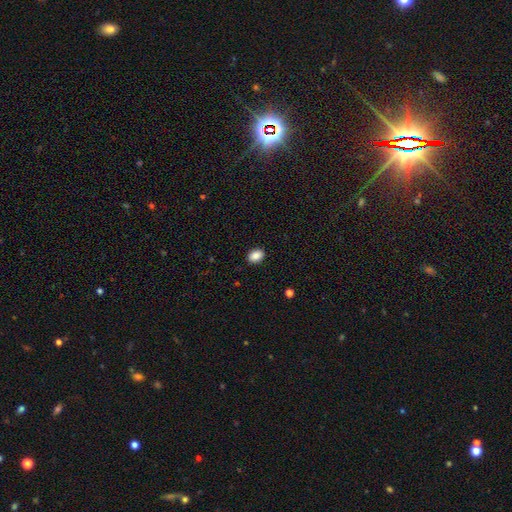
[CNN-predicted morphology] smooth_or_featured: smooth (p=0.88) [alt: star or artifact p=0.08]
how_rounded: in between (p=0.71) [alt: round p=0.28]
merging: none (p=0.90) [alt: minor disturbance p=0.08]